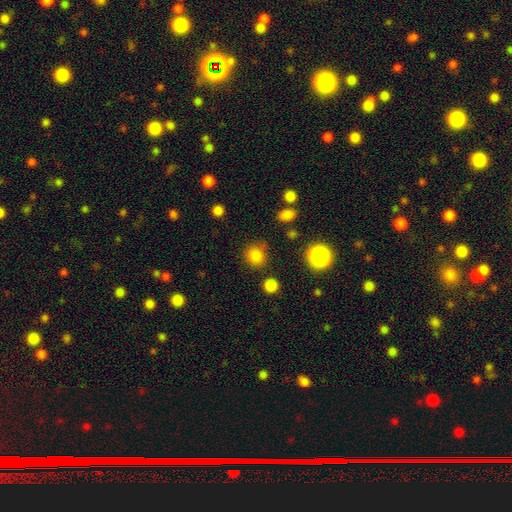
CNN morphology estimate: The model was most divided on "smooth or featured": smooth: 81%, star or artifact: 14%, featured or disk: 5%. More confident: how rounded — round (87%); merging — none (81%).